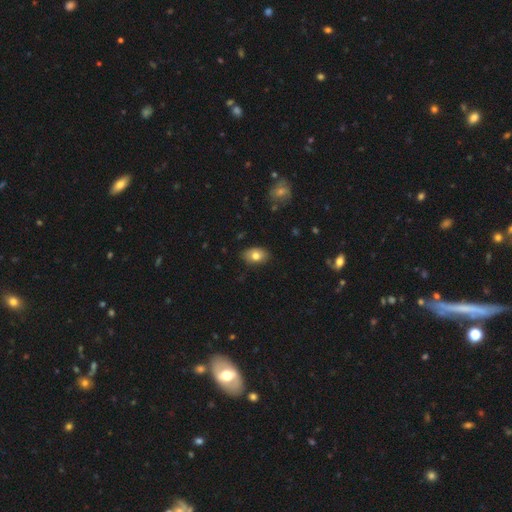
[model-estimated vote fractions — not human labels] The model was most divided on "smooth or featured": smooth: 78%, featured or disk: 14%, star or artifact: 9%. More confident: merging — none (85%); how rounded — in between (84%).